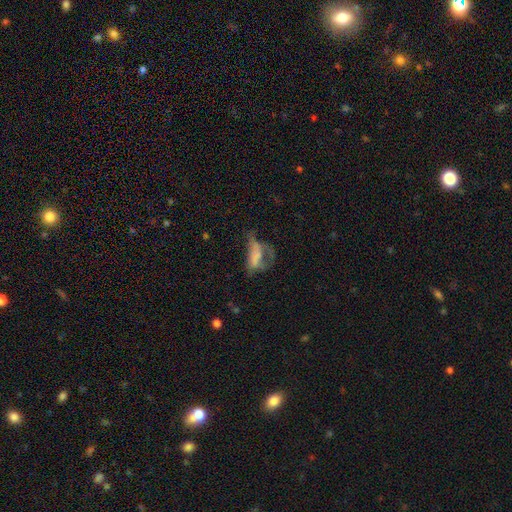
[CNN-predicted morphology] type=smooth (49%); merging=major disturbance (53%).